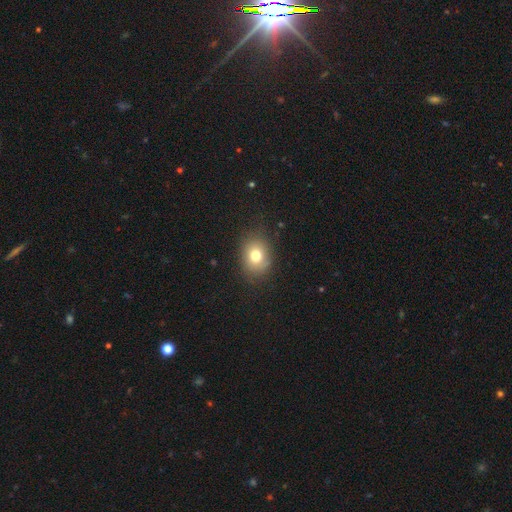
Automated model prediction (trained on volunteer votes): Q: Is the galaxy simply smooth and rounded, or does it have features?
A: smooth — 76%.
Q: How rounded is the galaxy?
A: round — 51%.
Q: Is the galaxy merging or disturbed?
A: none — 81%.